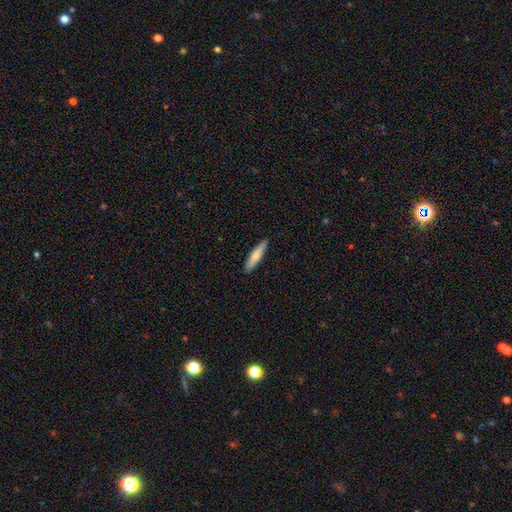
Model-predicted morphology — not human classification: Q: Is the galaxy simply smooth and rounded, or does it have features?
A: smooth — 69%.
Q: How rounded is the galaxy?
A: cigar-shaped — 84%.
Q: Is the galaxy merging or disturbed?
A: none — 91%.